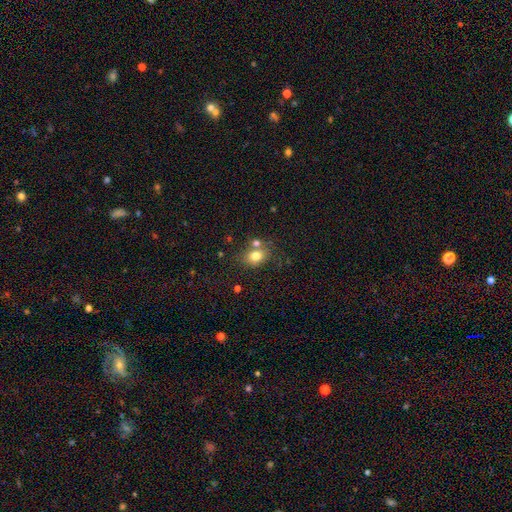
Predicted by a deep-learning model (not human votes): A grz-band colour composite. It shows a smooth galaxy with no disk features (78%) that is in between round and cigar-shaped (57%). Merging: none (60%).